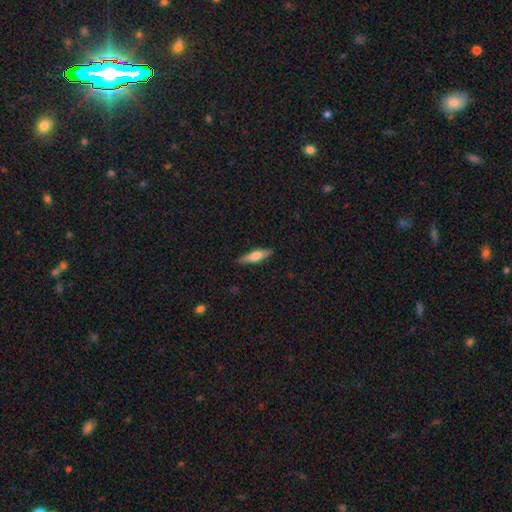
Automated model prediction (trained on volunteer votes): smooth-or-featured: smooth: 65% | featured or disk: 29% | star or artifact: 6%
  how-rounded: cigar-shaped: 69% | in between: 29% | round: 2%
  merging: none: 87% | minor disturbance: 10% | major disturbance: 2% | merger: 1%